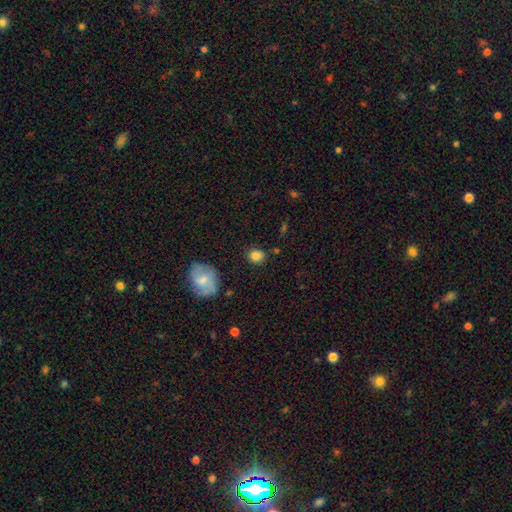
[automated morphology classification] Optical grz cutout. It shows a smooth galaxy with no disk features (83%) that is round (74%). Merging: none (80%).